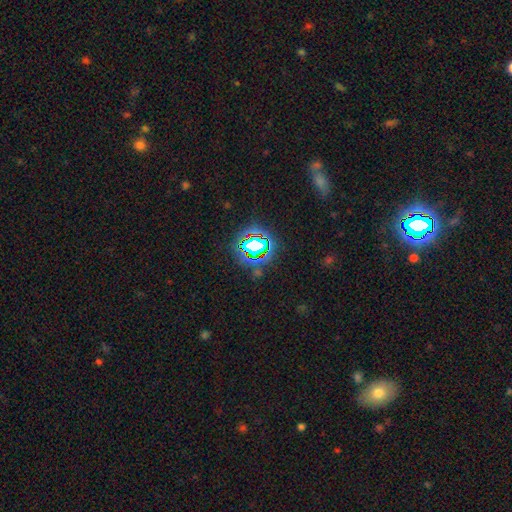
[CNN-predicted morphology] The model was most divided on "smooth or featured": star or artifact: 77%, smooth: 15%, featured or disk: 8%.